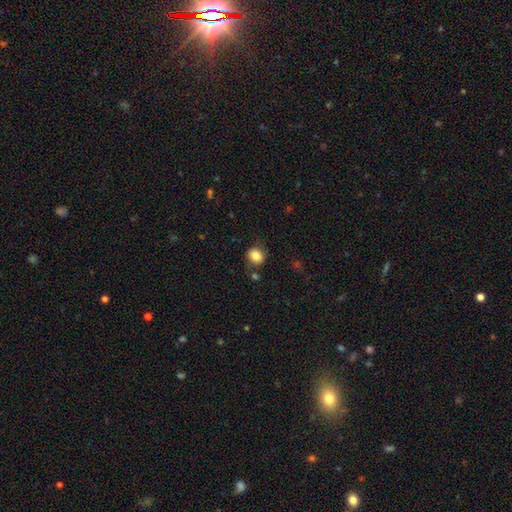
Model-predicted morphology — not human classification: Smooth or featured? smooth (84%)
How rounded? round (68%)
Merging? none (79%)